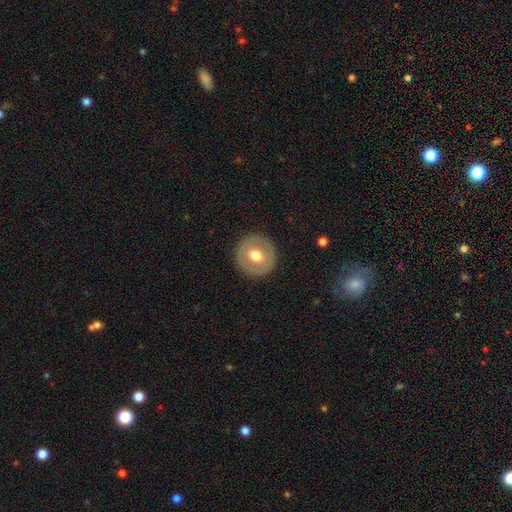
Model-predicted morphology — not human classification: This is possibly a smooth galaxy (57%). How rounded: clearly round (92%). Merging: clearly none (90%).